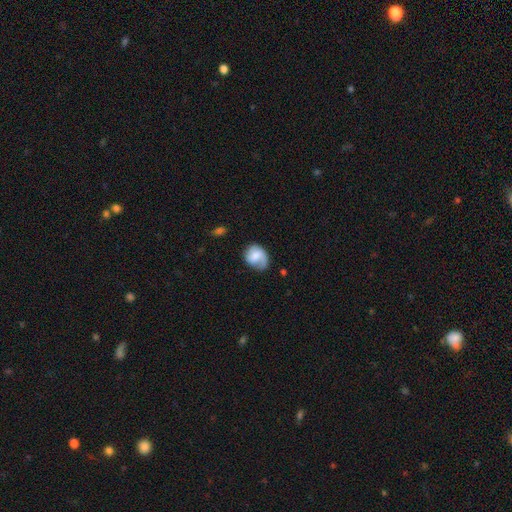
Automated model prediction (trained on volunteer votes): Overall: smooth (51%; featured or disk 42%). How rounded: round (55%; in between 44%). Merging: none (56%; minor disturbance 29%).